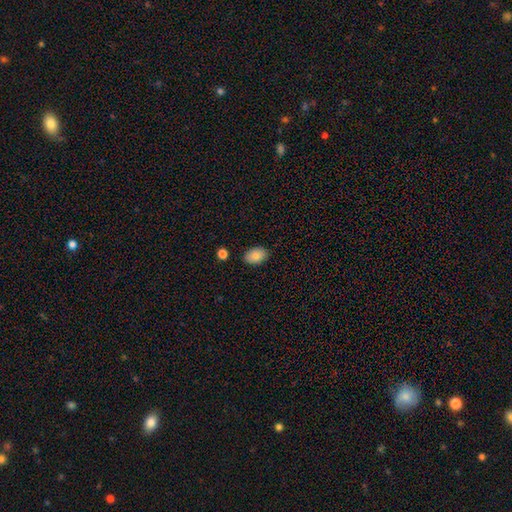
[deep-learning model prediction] This is clearly a smooth galaxy (85%). How rounded: clearly in between (86%). Merging: clearly none (86%).